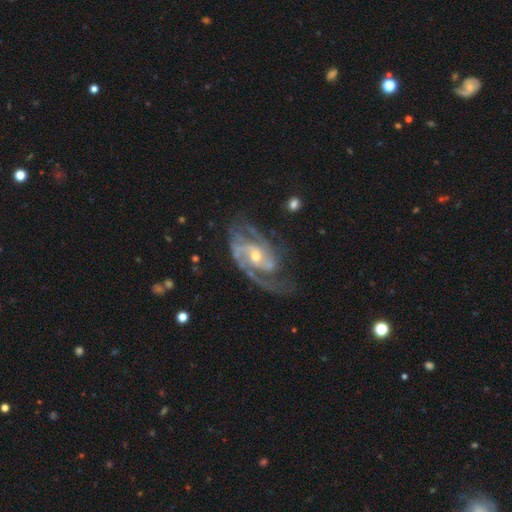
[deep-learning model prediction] smooth_or_featured: featured or disk (p=0.90) [alt: smooth p=0.05]
disk_edge_on: no (p=0.97) [alt: yes p=0.03]
bar: no (p=0.55) [alt: weak p=0.35]
has_spiral_arms: yes (p=0.97) [alt: no p=0.03]
spiral_winding: medium (p=0.47) [alt: tight p=0.37]
spiral_arm_count: 2 (p=0.54) [alt: 3 p=0.17]
bulge_size: moderate (p=0.52) [alt: small p=0.43]
merging: none (p=0.59) [alt: minor disturbance p=0.21]